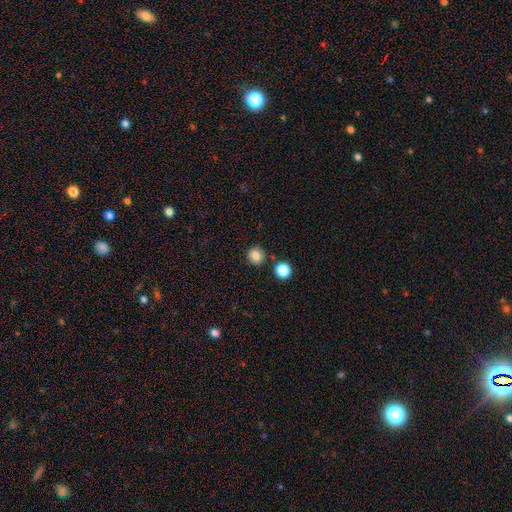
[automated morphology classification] This is clearly a smooth galaxy (83%). How rounded: clearly round (85%). Merging: clearly none (82%).